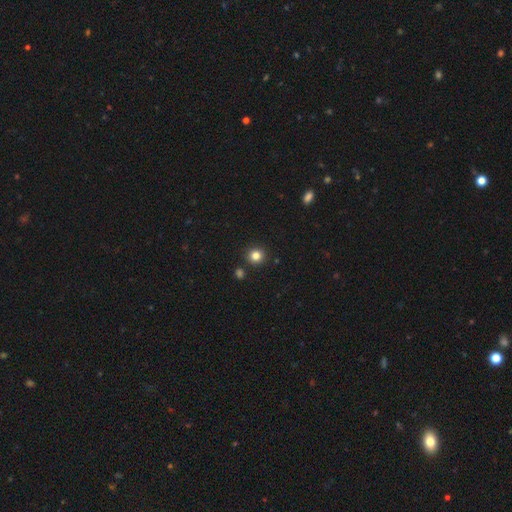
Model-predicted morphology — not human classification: Smooth or featured? smooth (82%)
How rounded? round (93%)
Merging? none (89%)